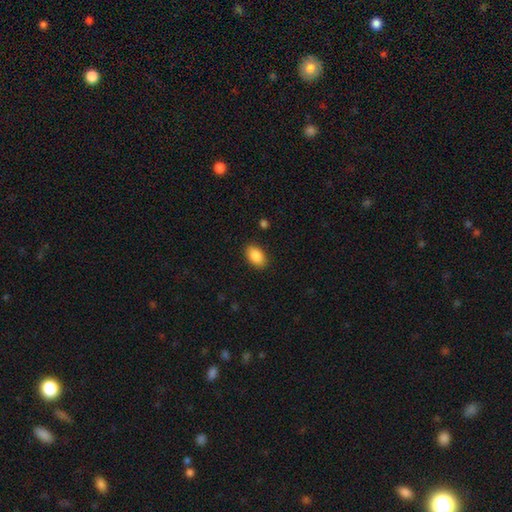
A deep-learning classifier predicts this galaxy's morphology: The model was most divided on "merging": none: 88%, minor disturbance: 8%, major disturbance: 2%, merger: 1%. More confident: how rounded — in between (92%); smooth or featured — smooth (89%).